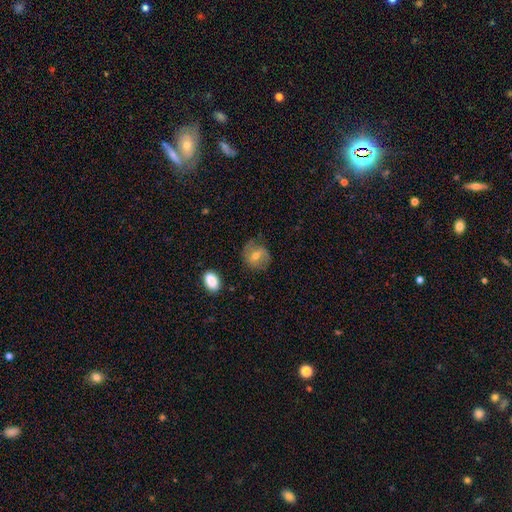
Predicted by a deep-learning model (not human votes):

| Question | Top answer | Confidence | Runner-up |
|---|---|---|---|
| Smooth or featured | featured or disk | 46% | smooth (44%) |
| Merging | none | 70% | minor disturbance (20%) |